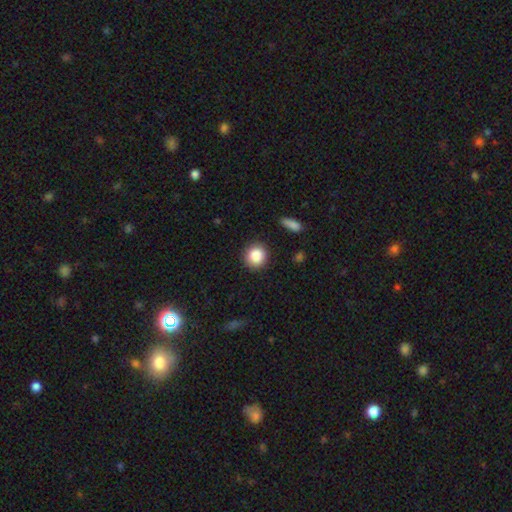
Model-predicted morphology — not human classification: The model was most divided on "smooth or featured": smooth: 87%, star or artifact: 9%, featured or disk: 5%. More confident: how rounded — round (90%); merging — none (88%).